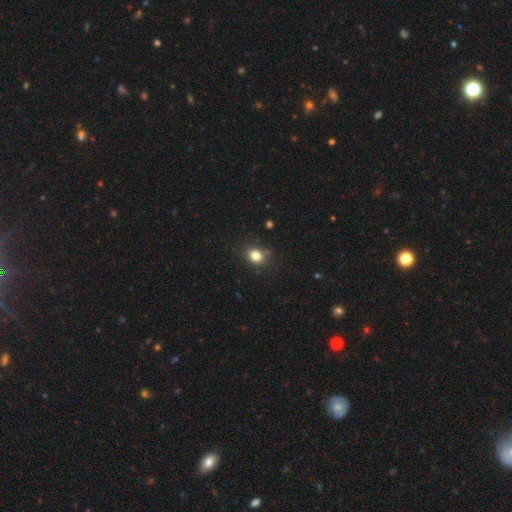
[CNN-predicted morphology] Smooth or featured: smooth — 82% (star or artifact — 12%)
How rounded: round — 63% (in between — 36%)
Merging: none — 80% (minor disturbance — 14%)